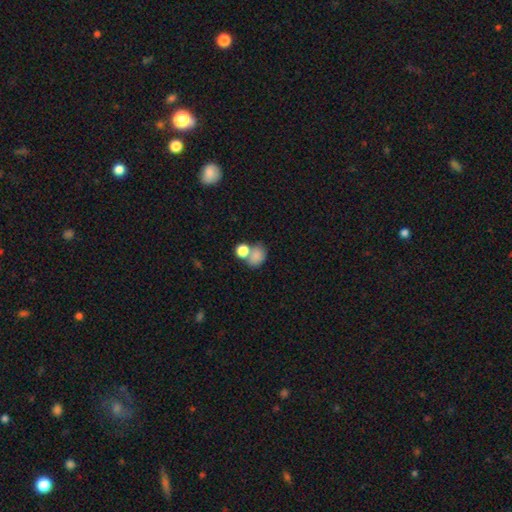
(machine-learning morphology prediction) type=smooth (81%); roundness=round (50%); merging=merger (41%).